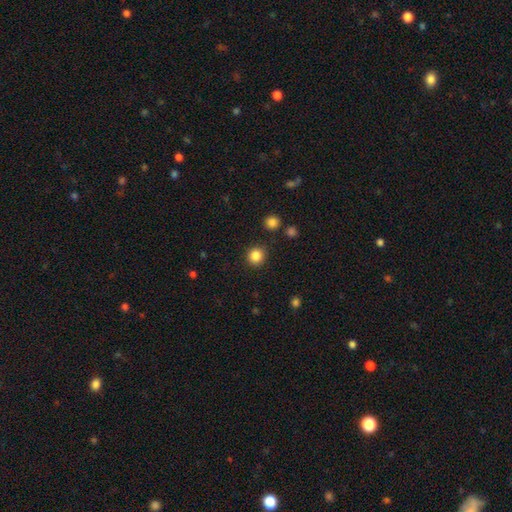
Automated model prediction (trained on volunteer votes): Smooth or featured: smooth — 85% (star or artifact — 11%)
How rounded: round — 92% (in between — 7%)
Merging: none — 89% (minor disturbance — 7%)